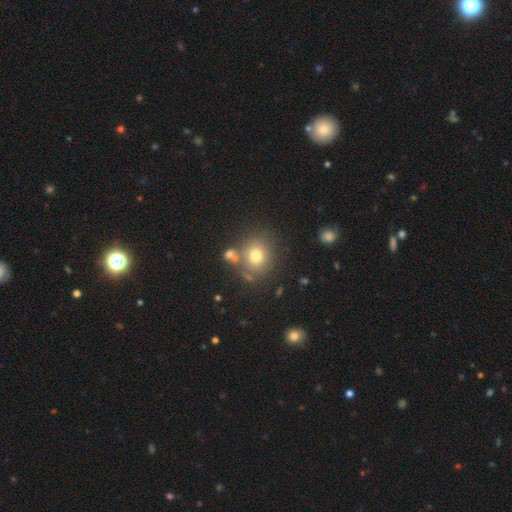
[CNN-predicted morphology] Smooth or featured: smooth — 74% (star or artifact — 13%)
How rounded: round — 70% (in between — 29%)
Merging: none — 67% (merger — 14%)